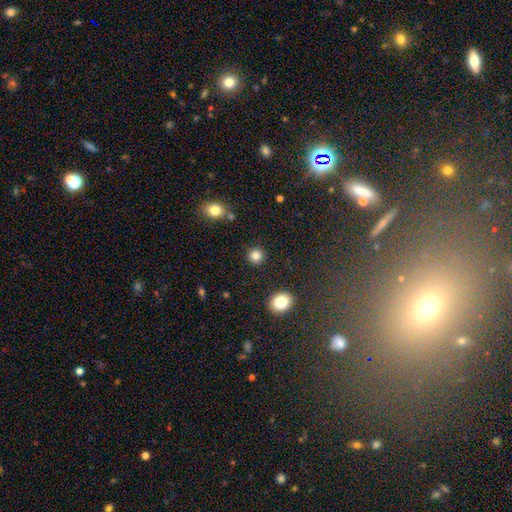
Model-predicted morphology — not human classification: A smooth galaxy with no disk features (85%) that is round (92%). Merging: none (90%).